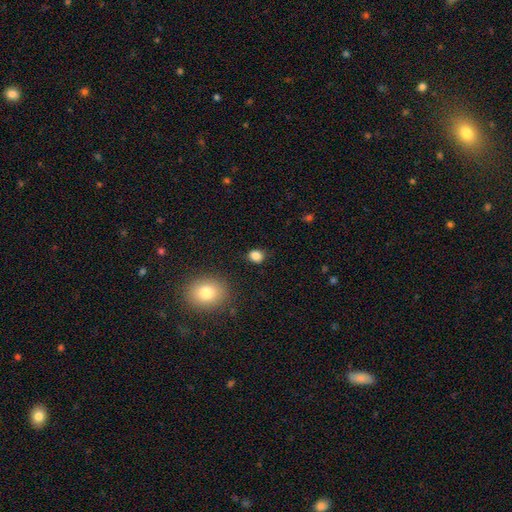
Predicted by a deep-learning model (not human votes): smooth_or_featured: smooth (p=0.84) [alt: star or artifact p=0.12]
how_rounded: round (p=0.59) [alt: in between p=0.40]
merging: none (p=0.85) [alt: minor disturbance p=0.10]